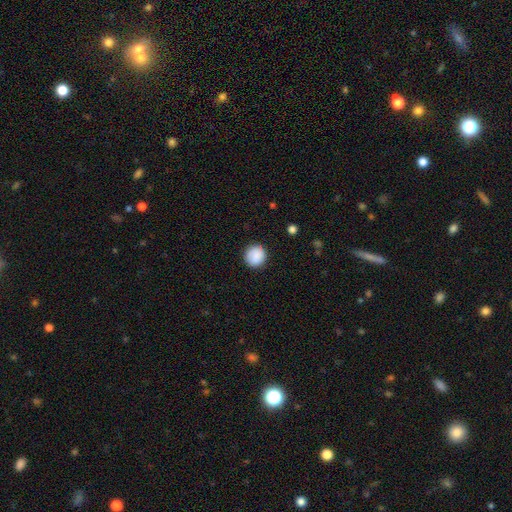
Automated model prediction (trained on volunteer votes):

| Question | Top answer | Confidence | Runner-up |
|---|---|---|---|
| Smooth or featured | smooth | 88% | star or artifact (8%) |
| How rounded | round | 91% | in between (8%) |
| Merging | none | 89% | minor disturbance (8%) |